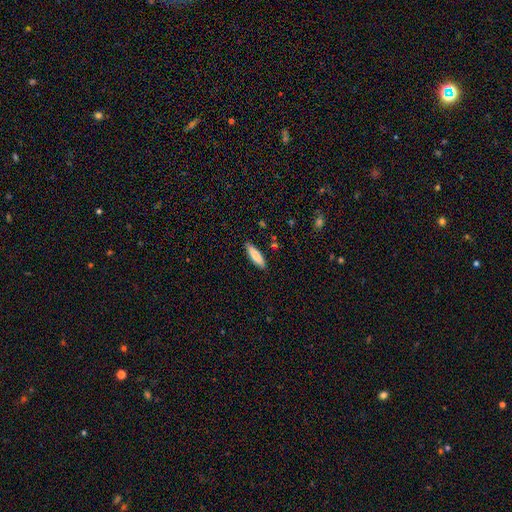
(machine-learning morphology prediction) This appears to be a smooth galaxy with no disk features (82%) that is cigar-shaped (65%). Merging: none (88%).